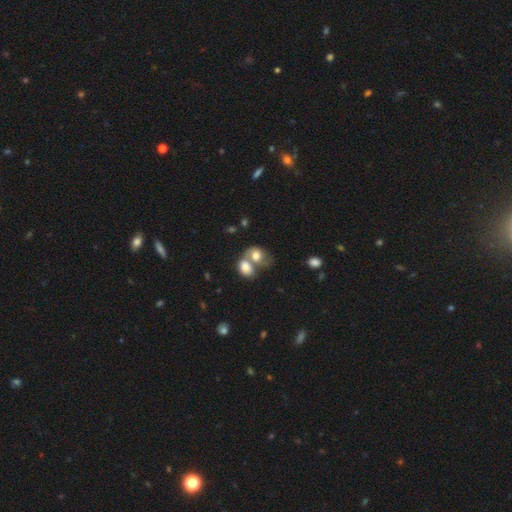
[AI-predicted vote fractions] Morphology: type=smooth (72%); roundness=in between (61%); merging=merger (68%).